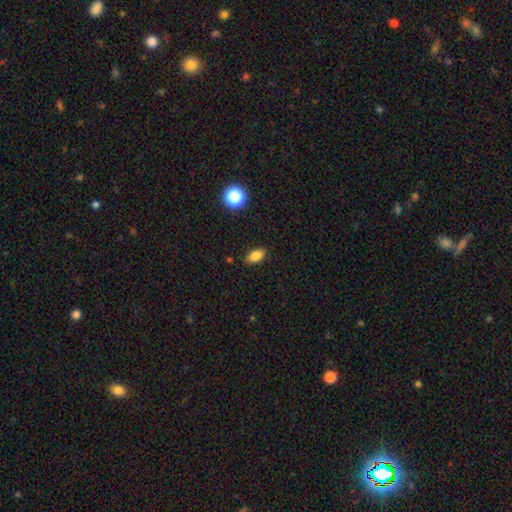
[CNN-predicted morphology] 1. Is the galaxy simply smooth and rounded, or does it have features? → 83% smooth, 11% star or artifact, 6% featured or disk.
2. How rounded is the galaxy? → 88% in between, 9% round, 4% cigar-shaped.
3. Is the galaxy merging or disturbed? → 86% none, 10% minor disturbance, 2% major disturbance, 1% merger.